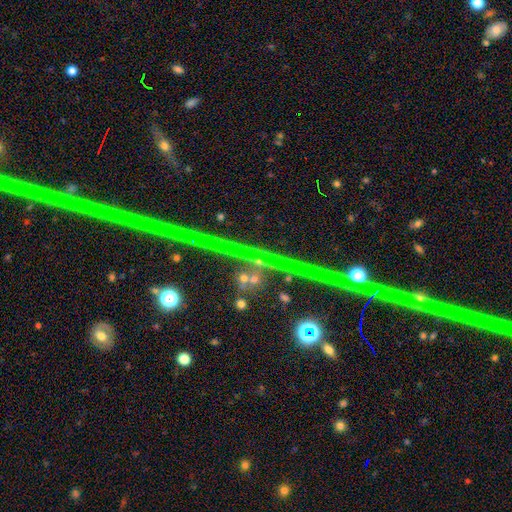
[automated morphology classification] Smooth or featured: star or artifact — 82% (featured or disk — 11%)